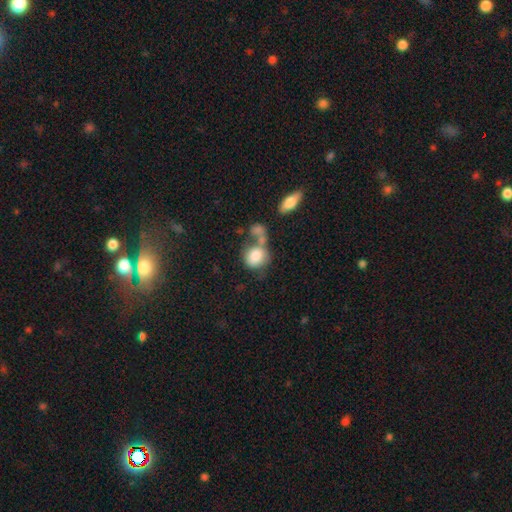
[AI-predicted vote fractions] Smooth or featured? Predicted: smooth (p=0.81). How rounded? Predicted: round (p=0.64). Merging? Predicted: merger (p=0.43).